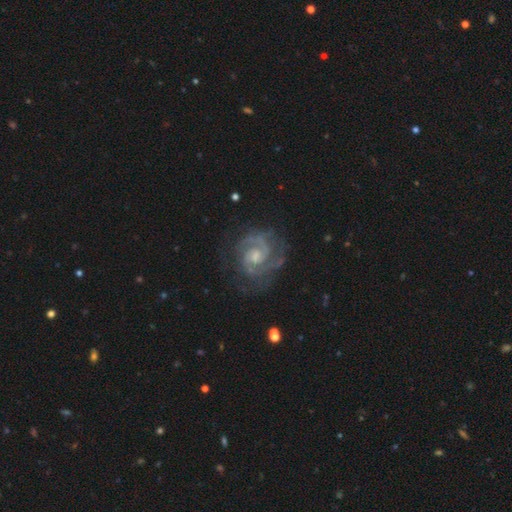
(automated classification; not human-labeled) Smooth or featured? Predicted: featured or disk (p=0.91). Edge-on disk? Predicted: no (p=0.98). Bar? Predicted: no (p=0.52). Spiral arms? Predicted: yes (p=0.98). Spiral winding? Predicted: tight (p=0.55). Spiral arm count? Predicted: 2 (p=0.77). Bulge size? Predicted: small (p=0.45). Merging? Predicted: none (p=0.75).